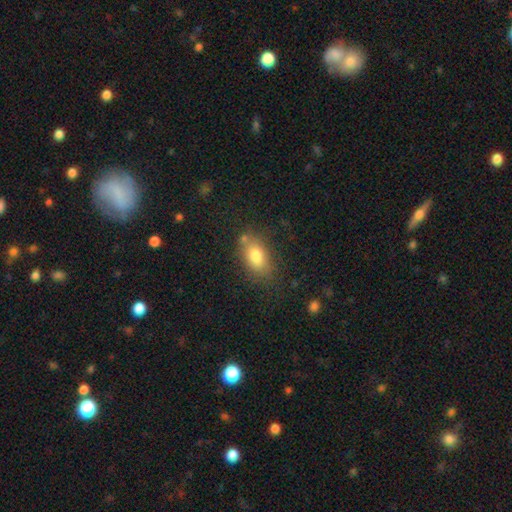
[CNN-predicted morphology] Smooth or featured?
  - smooth: 79% *
  - featured or disk: 12%
  - star or artifact: 9%
How rounded?
  - in between: 87% *
  - round: 10%
  - cigar-shaped: 4%
Merging?
  - none: 71% *
  - minor disturbance: 17%
  - merger: 7%
  - major disturbance: 5%